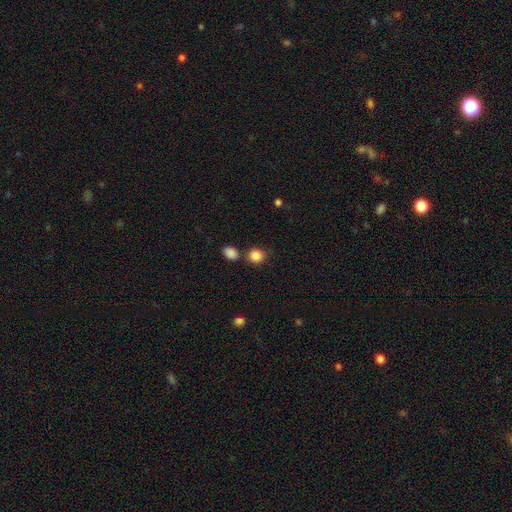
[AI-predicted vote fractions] A smooth galaxy with no disk features (86%) that is round (82%).

Vote fractions:
- Smooth or featured? smooth: 86% / star or artifact: 10% / featured or disk: 4%
- How rounded? round: 82% / in between: 17% / cigar-shaped: 1%
- Merging? none: 73% / merger: 13% / minor disturbance: 10% / major disturbance: 3%